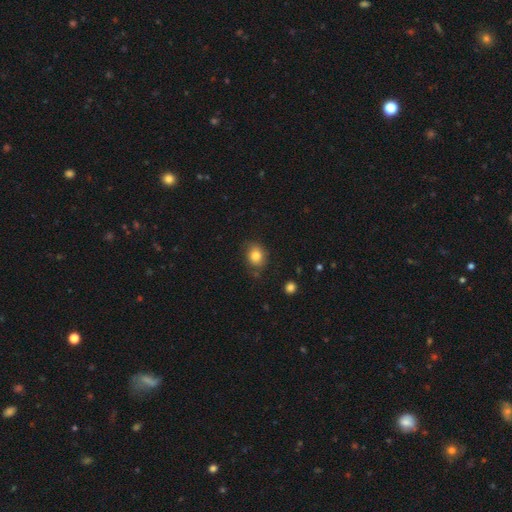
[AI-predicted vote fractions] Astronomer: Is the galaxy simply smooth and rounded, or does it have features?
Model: smooth — 82%.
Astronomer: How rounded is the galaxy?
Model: round — 57% (runner-up: in between, 42%).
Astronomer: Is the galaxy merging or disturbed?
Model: none — 78%.